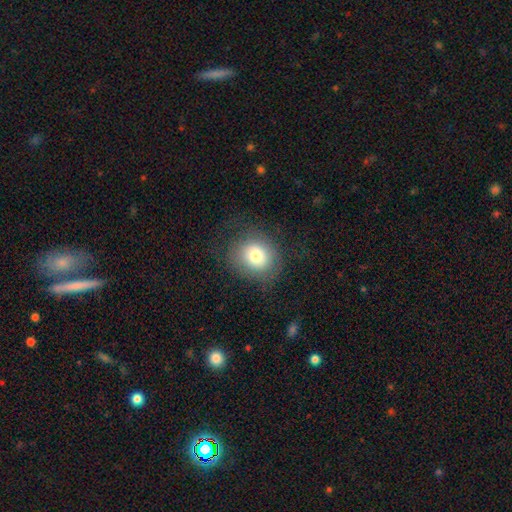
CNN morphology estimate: The model was most divided on "how rounded": round: 76%, in between: 23%, cigar-shaped: 1%. More confident: merging — none (75%); smooth or featured — smooth (72%).